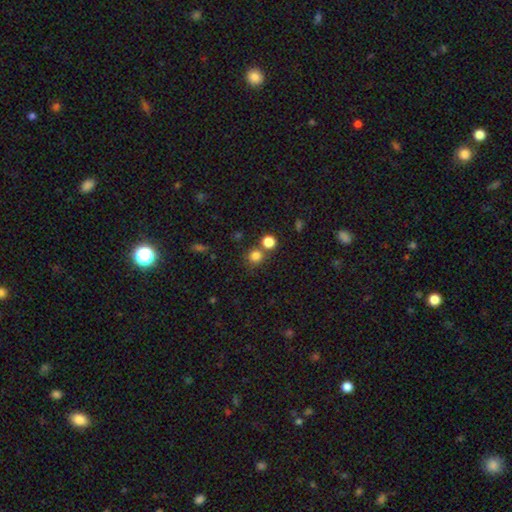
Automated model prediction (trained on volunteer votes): A smooth galaxy with no disk features (80%) that is round (90%). Merging: none (69%).